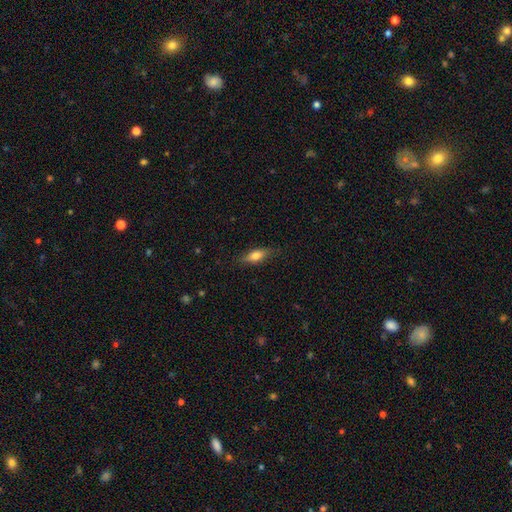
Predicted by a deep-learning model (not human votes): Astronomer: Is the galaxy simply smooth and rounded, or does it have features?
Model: smooth — 72%.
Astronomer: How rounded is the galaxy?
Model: in between — 67%.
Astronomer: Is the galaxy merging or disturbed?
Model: none — 79%.